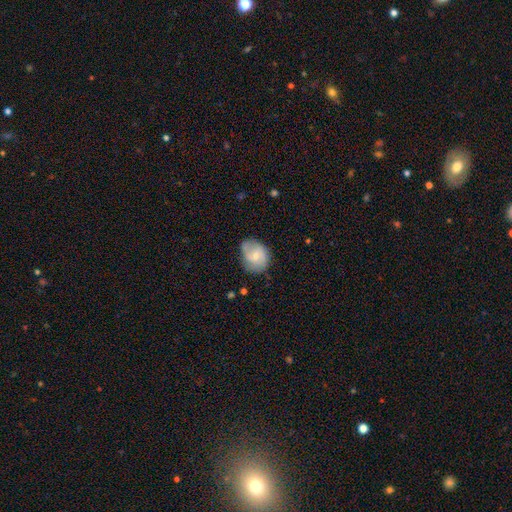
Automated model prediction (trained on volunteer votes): Q: Smooth or featured?
A: smooth (56%); runner-up: featured or disk (37%)
Q: How rounded?
A: round (54%); runner-up: in between (45%)
Q: Merging?
A: none (57%); runner-up: minor disturbance (30%)